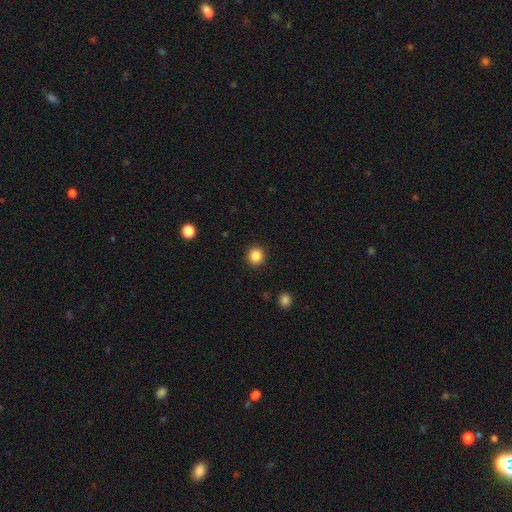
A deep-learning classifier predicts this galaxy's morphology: Q: Smooth or featured?
A: smooth (86%); runner-up: star or artifact (11%)
Q: How rounded?
A: round (91%); runner-up: in between (8%)
Q: Merging?
A: none (91%); runner-up: minor disturbance (5%)